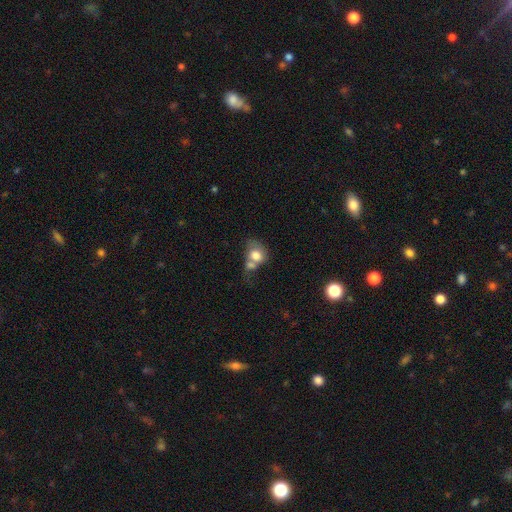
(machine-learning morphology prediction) A smooth galaxy with no disk features (72%) that is in between round and cigar-shaped (52%).

Vote fractions:
- Smooth or featured? smooth: 72% / featured or disk: 19% / star or artifact: 8%
- How rounded? in between: 52% / round: 47% / cigar-shaped: 1%
- Merging? merger: 59% / none: 17% / major disturbance: 12% / minor disturbance: 12%